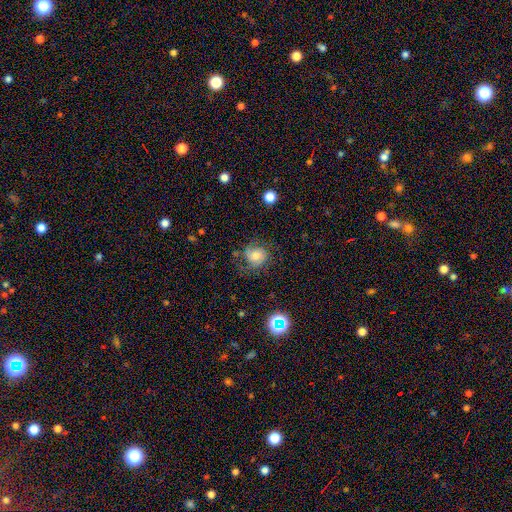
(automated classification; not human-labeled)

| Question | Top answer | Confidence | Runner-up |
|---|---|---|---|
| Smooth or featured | featured or disk | 50% | smooth (38%) |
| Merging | none | 65% | minor disturbance (21%) |